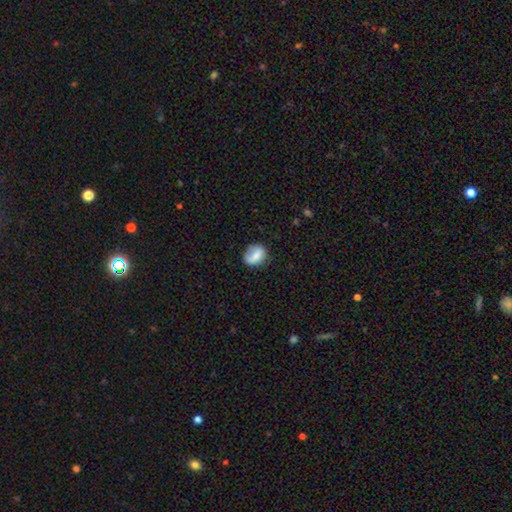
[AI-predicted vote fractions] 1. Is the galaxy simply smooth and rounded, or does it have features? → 69% smooth, 23% featured or disk, 8% star or artifact.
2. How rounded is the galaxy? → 52% round, 46% in between, 1% cigar-shaped.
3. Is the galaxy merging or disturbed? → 64% none, 24% minor disturbance, 10% major disturbance, 2% merger.